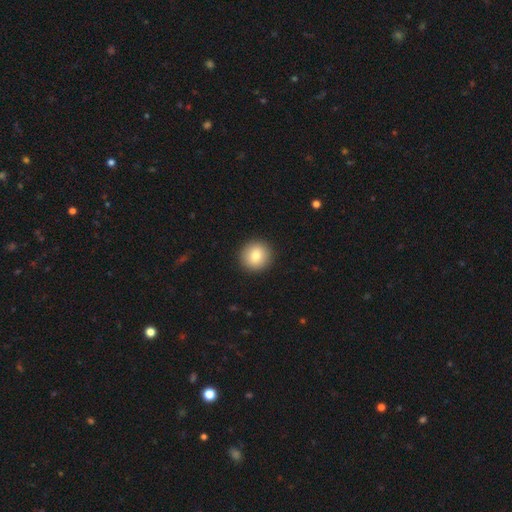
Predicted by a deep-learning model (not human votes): Overall: smooth (82%). How rounded: round (94%). Merging: none (93%).